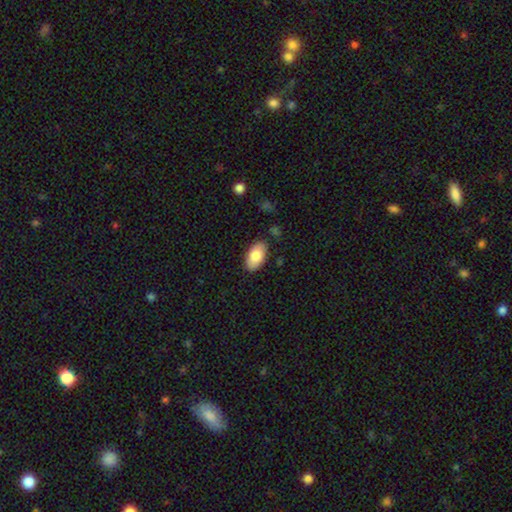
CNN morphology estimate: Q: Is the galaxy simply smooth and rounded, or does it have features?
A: smooth — 81%.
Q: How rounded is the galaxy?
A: in between — 94%.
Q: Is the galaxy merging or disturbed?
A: none — 85%.